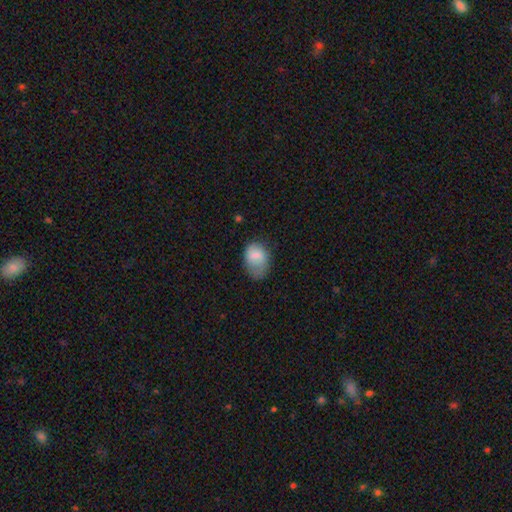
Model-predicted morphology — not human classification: Q: Smooth or featured?
A: smooth (75%); runner-up: featured or disk (17%)
Q: How rounded?
A: in between (73%); runner-up: round (25%)
Q: Merging?
A: none (42%); runner-up: minor disturbance (38%)